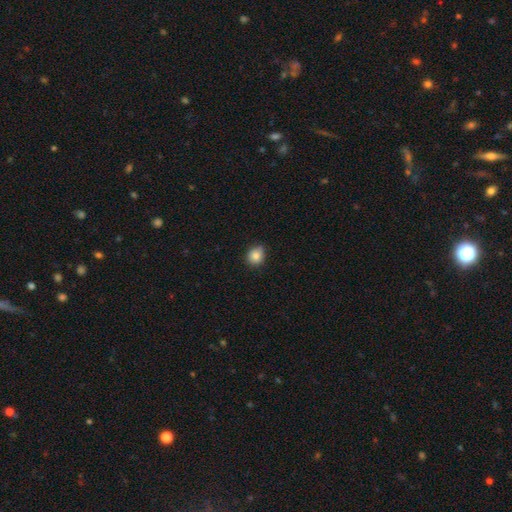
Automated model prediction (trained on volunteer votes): Smooth or featured: smooth — 84% (star or artifact — 10%)
How rounded: round — 78% (in between — 21%)
Merging: none — 80% (minor disturbance — 16%)